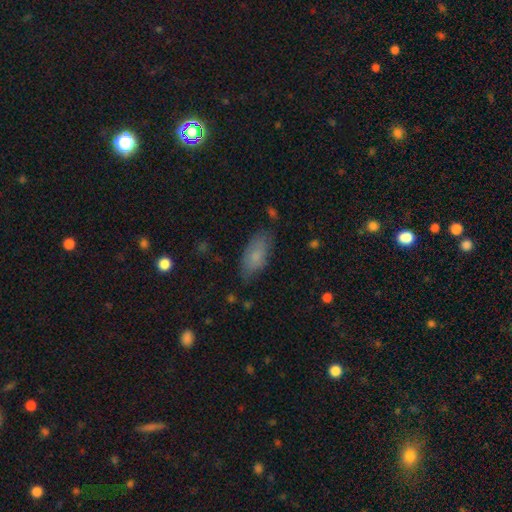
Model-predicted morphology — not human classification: Q: Smooth or featured?
A: smooth (76%); runner-up: featured or disk (16%)
Q: How rounded?
A: in between (87%); runner-up: cigar-shaped (11%)
Q: Merging?
A: none (73%); runner-up: minor disturbance (20%)